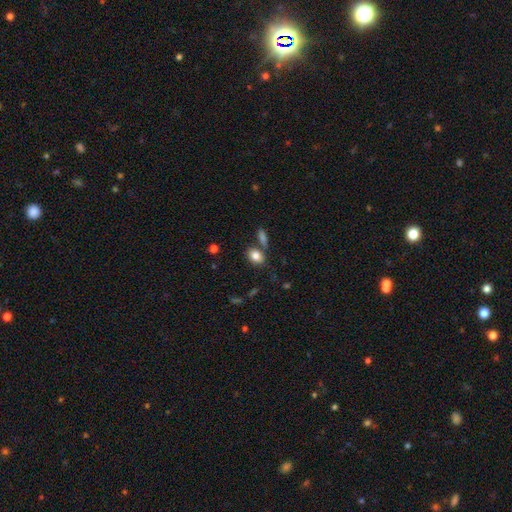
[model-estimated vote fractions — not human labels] smooth_or_featured: smooth (p=0.83) [alt: star or artifact p=0.09]
how_rounded: in between (p=0.75) [alt: round p=0.23]
merging: none (p=0.69) [alt: merger p=0.15]